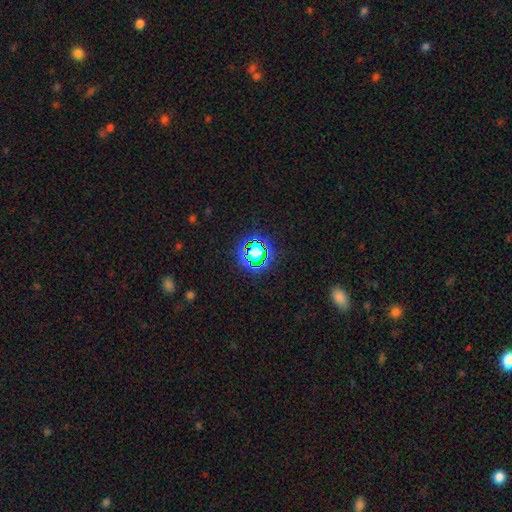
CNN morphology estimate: This is possibly a star or artifact rather than a galaxy (58%).